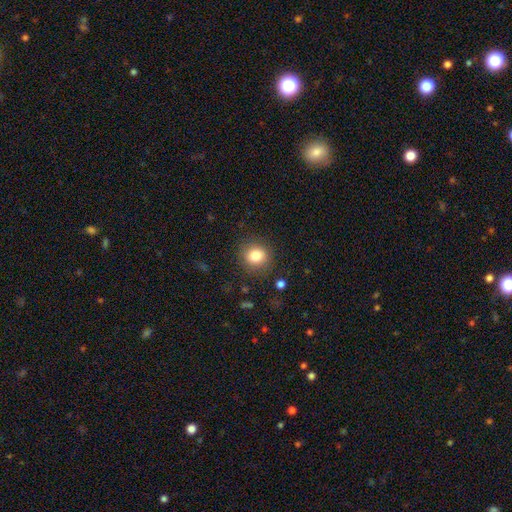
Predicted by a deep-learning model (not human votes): smooth_or_featured: smooth (p=0.82) [alt: star or artifact p=0.11]
how_rounded: round (p=0.88) [alt: in between p=0.11]
merging: none (p=0.87) [alt: minor disturbance p=0.08]